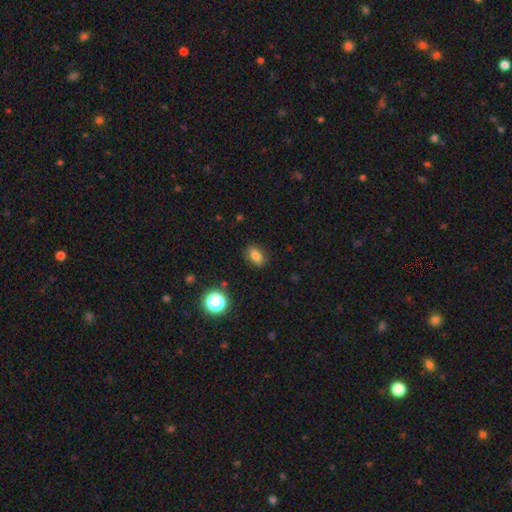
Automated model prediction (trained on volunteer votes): Q: Smooth or featured?
A: smooth (78%); runner-up: star or artifact (13%)
Q: How rounded?
A: in between (82%); runner-up: round (15%)
Q: Merging?
A: none (86%); runner-up: minor disturbance (10%)